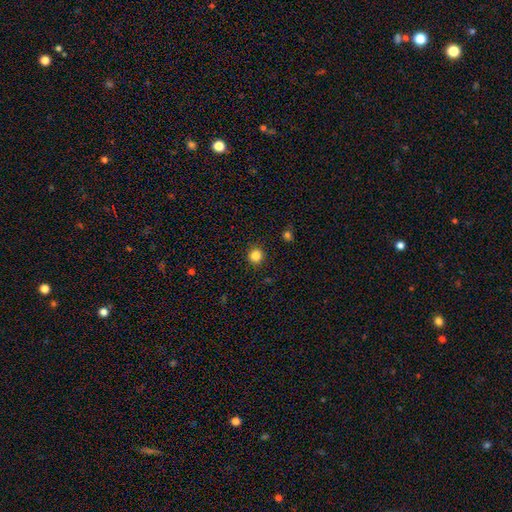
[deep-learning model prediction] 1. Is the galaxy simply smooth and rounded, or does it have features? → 84% smooth, 12% star or artifact, 4% featured or disk.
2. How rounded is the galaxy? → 93% round, 6% in between, 1% cigar-shaped.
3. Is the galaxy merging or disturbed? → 91% none, 6% minor disturbance, 2% major disturbance, 1% merger.